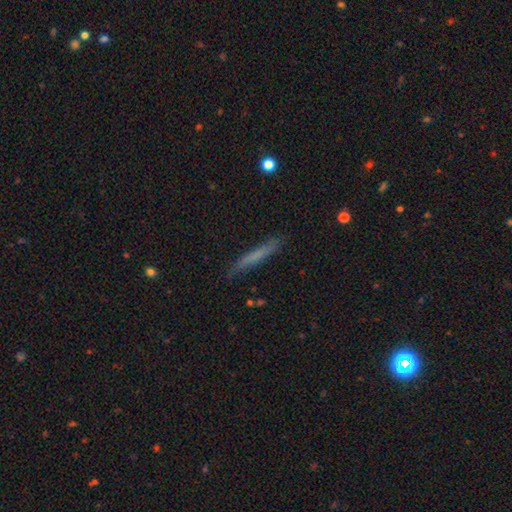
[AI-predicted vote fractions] Q: Smooth or featured?
A: smooth (60%); runner-up: featured or disk (33%)
Q: How rounded?
A: cigar-shaped (95%); runner-up: in between (4%)
Q: Merging?
A: none (84%); runner-up: minor disturbance (12%)